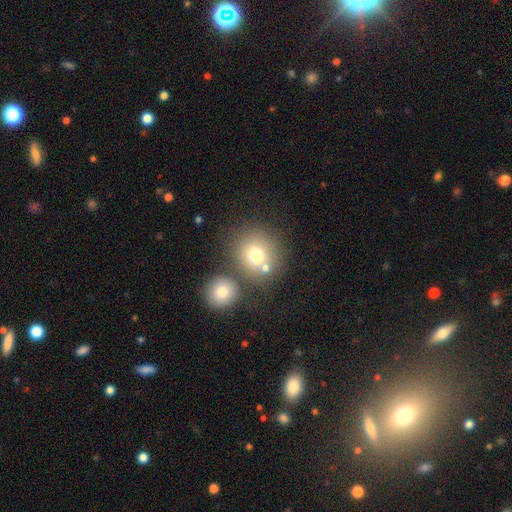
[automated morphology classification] Smooth or featured? smooth (73%)
How rounded? round (87%)
Merging? none (62%)